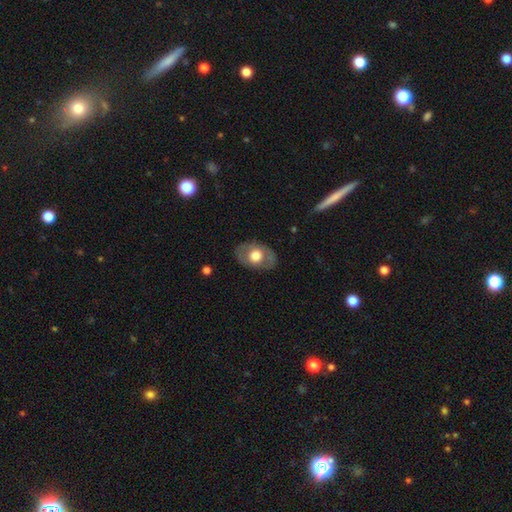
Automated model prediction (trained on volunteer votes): Smooth or featured? smooth (54%)
How rounded? in between (77%)
Merging? none (80%)